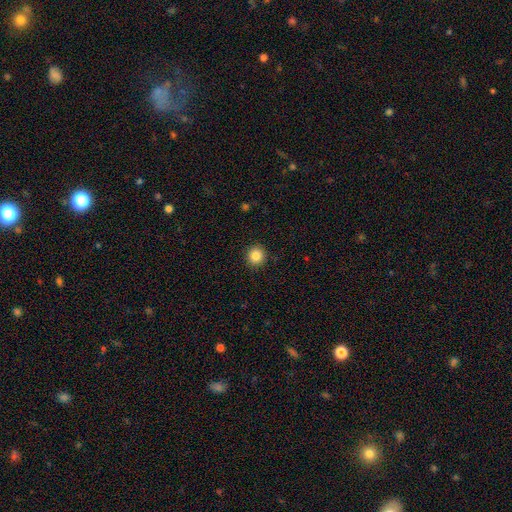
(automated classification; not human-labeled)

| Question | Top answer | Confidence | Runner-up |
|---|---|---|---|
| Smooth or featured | smooth | 85% | star or artifact (10%) |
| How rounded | round | 92% | in between (7%) |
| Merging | none | 92% | minor disturbance (5%) |